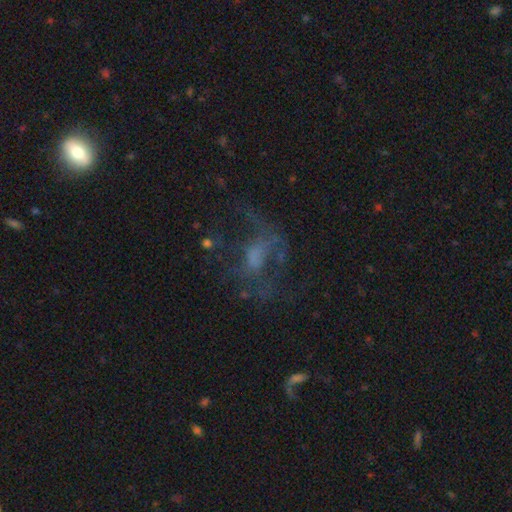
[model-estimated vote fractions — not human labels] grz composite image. It shows a featured or disk galaxy (57%) with no bar (65%), no spiral arms (58%) and no central bulge (41%). Merging: none (42%).